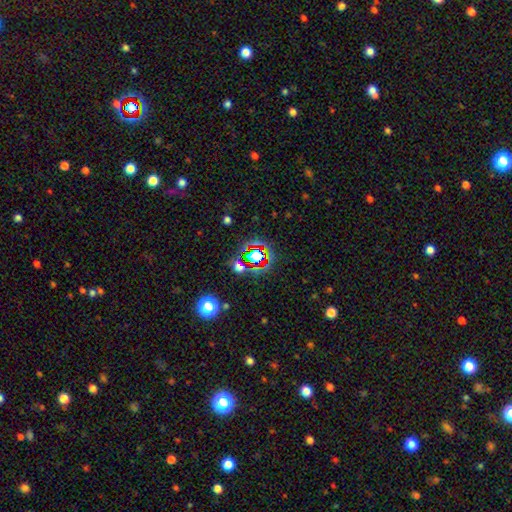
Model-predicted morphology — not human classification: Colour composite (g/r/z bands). It shows a star or artifact, not a galaxy (61%).